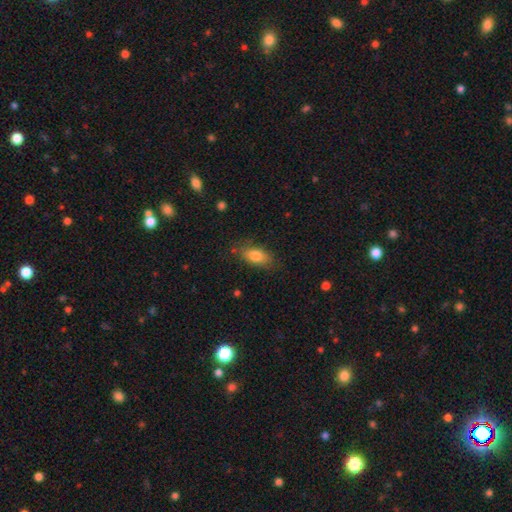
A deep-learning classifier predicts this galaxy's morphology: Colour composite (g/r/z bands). It shows a smooth galaxy with no disk features (80%) that is in between round and cigar-shaped (86%). Merging: none (76%).